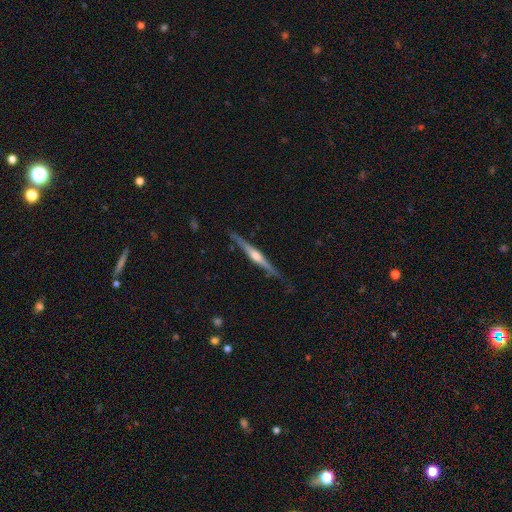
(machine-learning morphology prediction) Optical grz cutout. It shows a featured or disk galaxy (76%) viewed edge-on (98%) with a rounded central bulge (81%). Merging: none (82%).